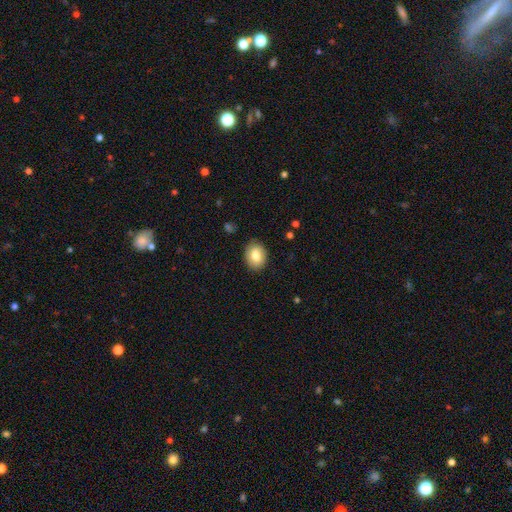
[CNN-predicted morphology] Smooth or featured?
  - smooth: 81% *
  - featured or disk: 12%
  - star or artifact: 8%
How rounded?
  - in between: 58% *
  - round: 41%
  - cigar-shaped: 1%
Merging?
  - none: 87% *
  - minor disturbance: 10%
  - major disturbance: 2%
  - merger: 1%